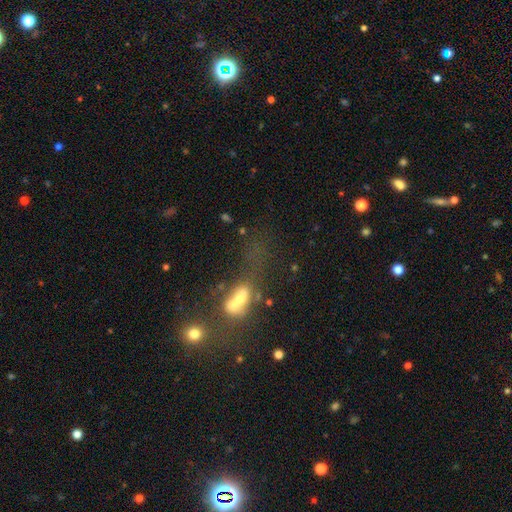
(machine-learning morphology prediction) Q: Smooth or featured?
A: smooth (41%); runner-up: featured or disk (31%)
Q: Merging?
A: major disturbance (30%); runner-up: merger (29%)